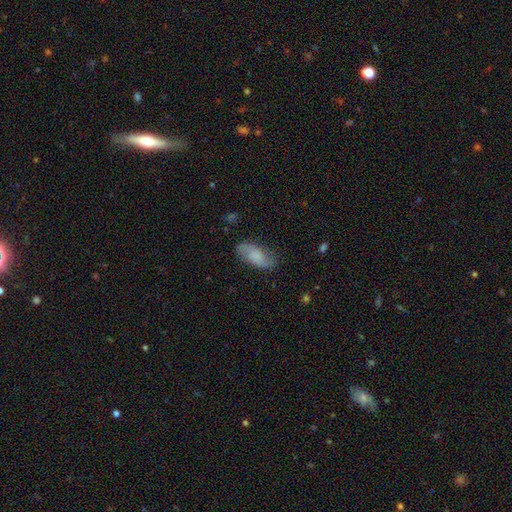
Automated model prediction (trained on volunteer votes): Q: Smooth or featured?
A: smooth (55%); runner-up: featured or disk (37%)
Q: How rounded?
A: in between (88%); runner-up: cigar-shaped (9%)
Q: Merging?
A: none (76%); runner-up: minor disturbance (18%)